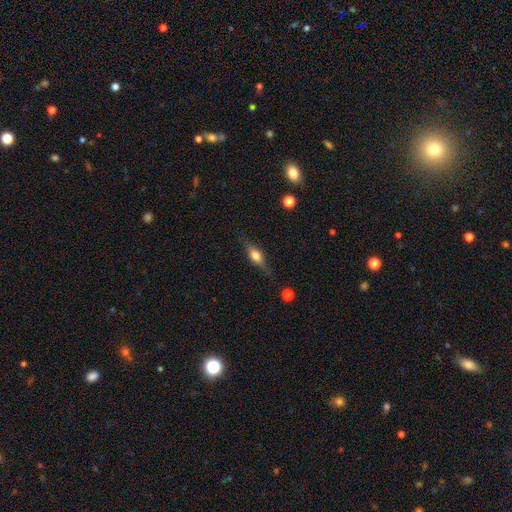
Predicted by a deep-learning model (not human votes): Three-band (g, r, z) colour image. It shows a featured or disk galaxy (52%) viewed edge-on (92%). Merging: none (80%).